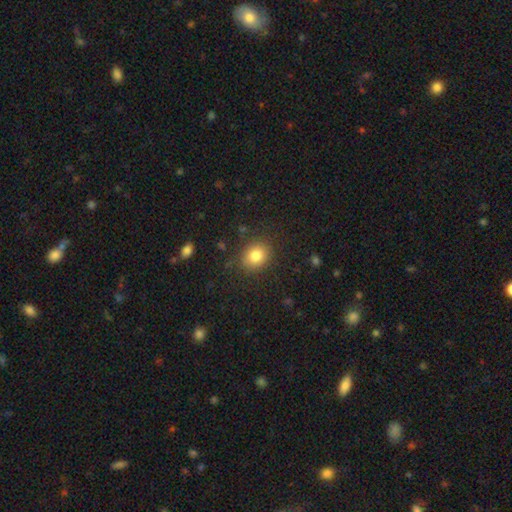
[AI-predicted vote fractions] smooth-or-featured: smooth: 82% | star or artifact: 10% | featured or disk: 7%
  how-rounded: round: 64% | in between: 35% | cigar-shaped: 1%
  merging: none: 84% | minor disturbance: 11% | major disturbance: 4% | merger: 2%